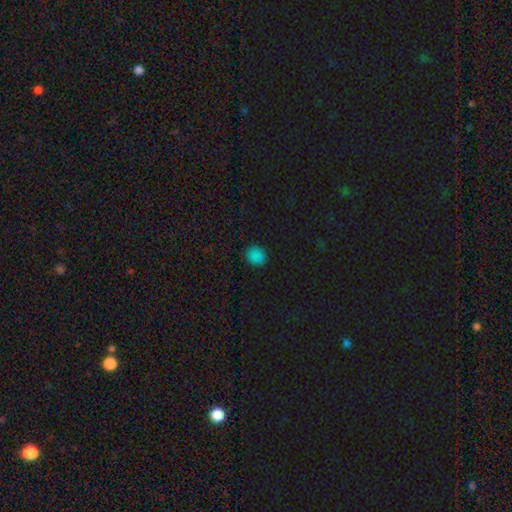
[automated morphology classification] This is clearly a smooth galaxy (83%). How rounded: likely round (77%). Merging: clearly none (90%).